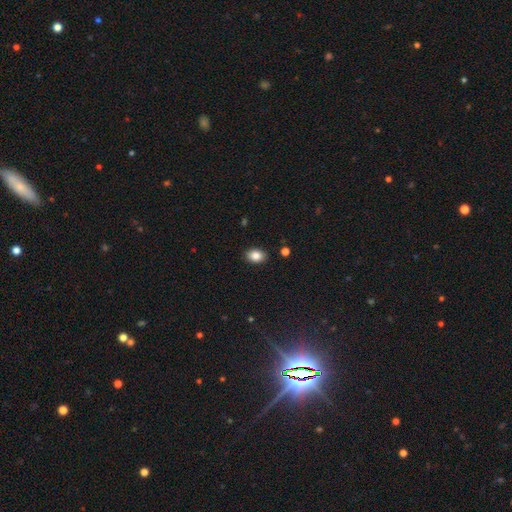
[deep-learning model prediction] Morphology: type=smooth (85%); roundness=in between (72%); merging=none (89%).